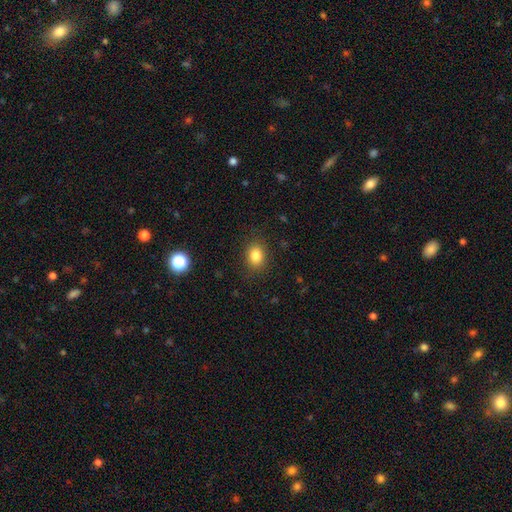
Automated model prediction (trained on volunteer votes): Q: Smooth or featured?
A: smooth (82%); runner-up: star or artifact (11%)
Q: How rounded?
A: in between (51%); runner-up: round (48%)
Q: Merging?
A: none (86%); runner-up: minor disturbance (9%)